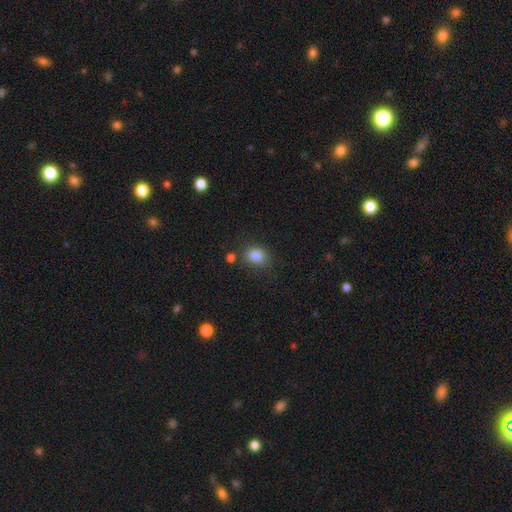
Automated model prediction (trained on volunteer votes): A smooth galaxy with no disk features (84%) that is in between round and cigar-shaped (50%). Merging: none (74%).